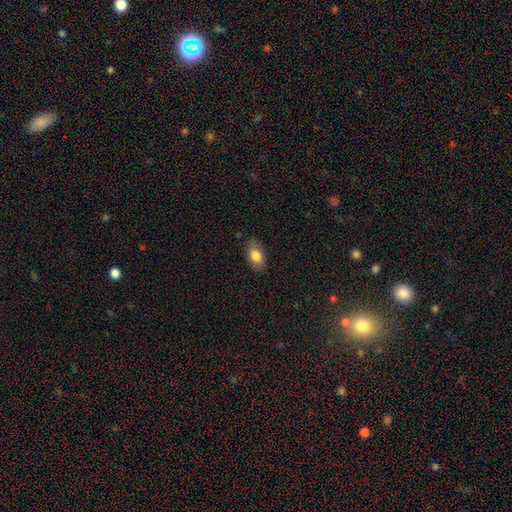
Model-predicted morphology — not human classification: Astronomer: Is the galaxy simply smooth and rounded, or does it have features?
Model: smooth — 81%.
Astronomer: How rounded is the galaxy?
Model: in between — 90%.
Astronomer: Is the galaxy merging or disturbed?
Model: none — 81%.